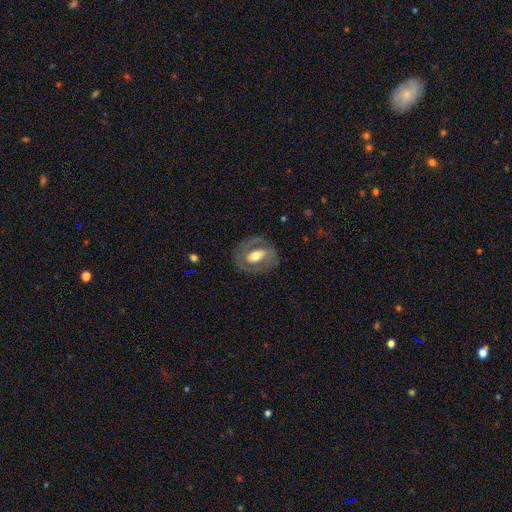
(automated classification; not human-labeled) Smooth or featured? featured or disk (61%)
Edge-on disk? no (92%)
Bar? no (38%)
Spiral arms? no (61%)
Bulge size? moderate (64%)
Merging? none (77%)